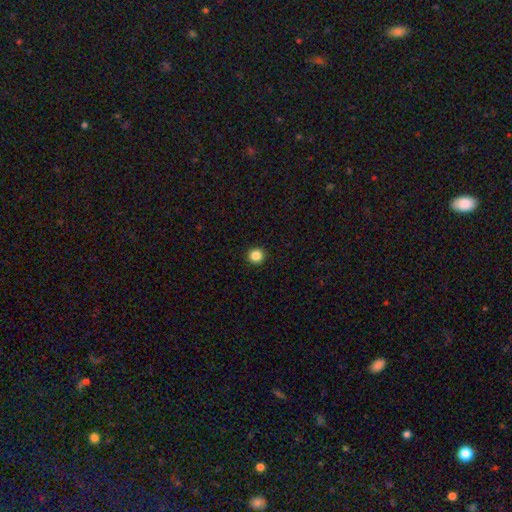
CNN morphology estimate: The model was most divided on "smooth or featured": smooth: 86%, star or artifact: 11%, featured or disk: 3%. More confident: how rounded — round (96%); merging — none (94%).